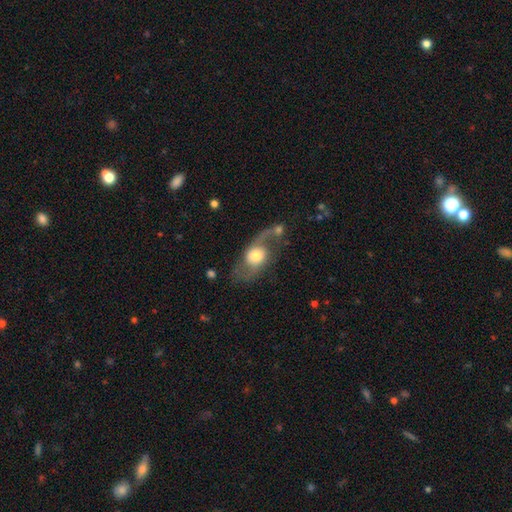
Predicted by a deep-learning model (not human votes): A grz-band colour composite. It shows a featured or disk galaxy (68%) with no bar (70%), 2 (82%) loose (71%) spiral arms (85%) and a moderate central bulge (46%). Merging: none (50%).